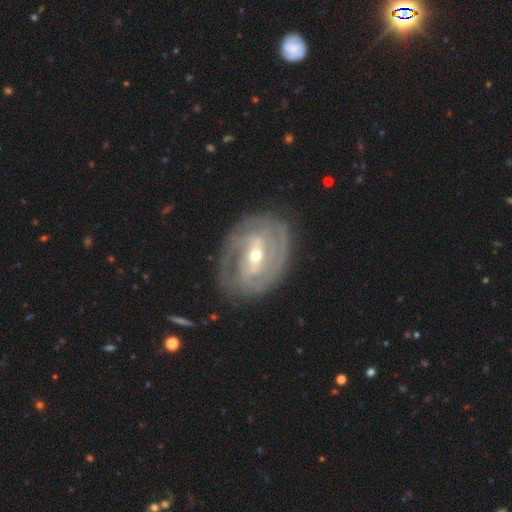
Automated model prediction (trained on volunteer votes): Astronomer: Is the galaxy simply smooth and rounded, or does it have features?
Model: featured or disk — 87%.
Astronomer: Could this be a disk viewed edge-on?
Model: no — 96%.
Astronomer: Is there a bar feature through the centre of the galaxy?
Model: strong — 42% (runner-up: weak, 41%).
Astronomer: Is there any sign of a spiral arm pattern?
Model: yes — 91%.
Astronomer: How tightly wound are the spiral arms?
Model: tight — 67%.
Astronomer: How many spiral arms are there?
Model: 2 — 40% (runner-up: can't tell, 27%).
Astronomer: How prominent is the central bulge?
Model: moderate — 51% (runner-up: small, 46%).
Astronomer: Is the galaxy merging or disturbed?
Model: none — 77%.